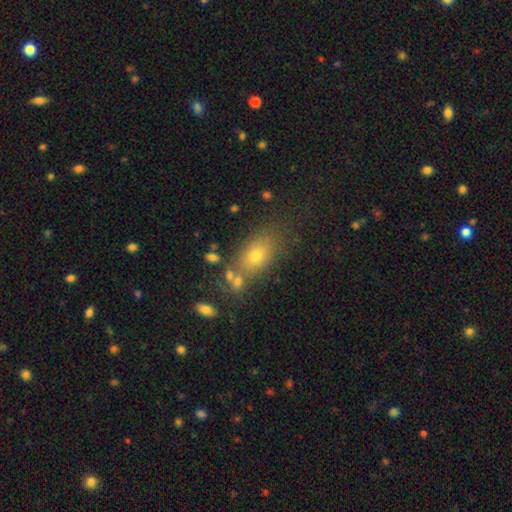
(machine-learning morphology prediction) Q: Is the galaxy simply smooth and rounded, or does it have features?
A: smooth — 68%.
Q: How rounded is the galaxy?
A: in between — 77%.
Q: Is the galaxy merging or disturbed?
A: none — 64%.